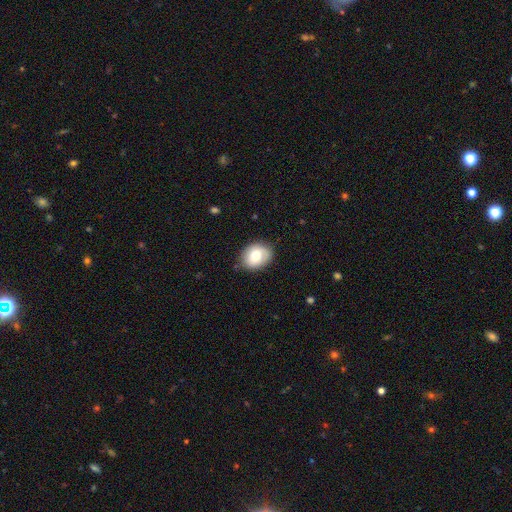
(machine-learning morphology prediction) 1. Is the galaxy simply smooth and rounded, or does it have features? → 73% smooth, 20% featured or disk, 8% star or artifact.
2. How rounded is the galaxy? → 56% in between, 43% round, 1% cigar-shaped.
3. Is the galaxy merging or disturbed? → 79% none, 16% minor disturbance, 4% major disturbance, 1% merger.